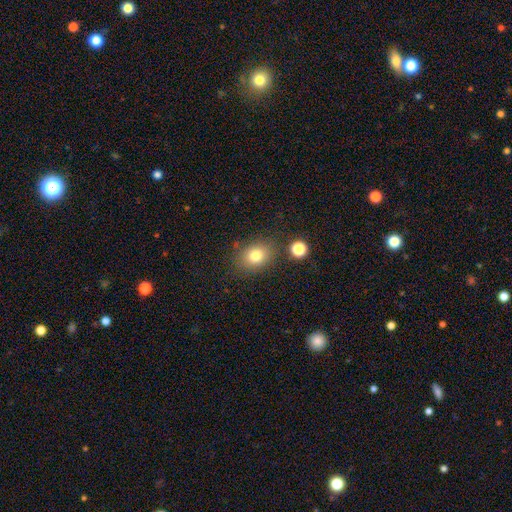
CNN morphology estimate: This appears to be a smooth galaxy with no disk features (80%) that is in between round and cigar-shaped (58%). Merging: none (79%).